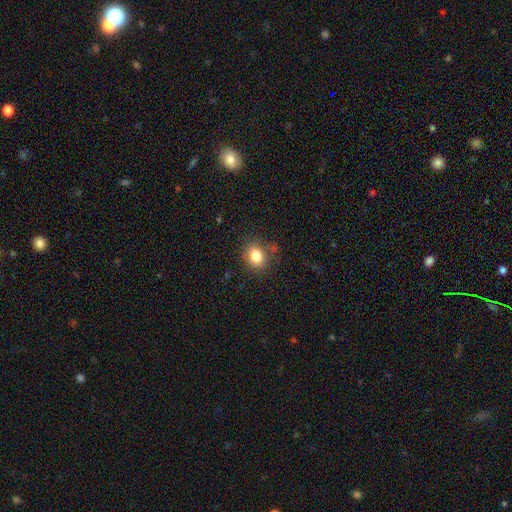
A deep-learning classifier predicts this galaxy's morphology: Smooth or featured?
  - smooth: 82% *
  - star or artifact: 11%
  - featured or disk: 7%
How rounded?
  - round: 54% *
  - in between: 45%
  - cigar-shaped: 1%
Merging?
  - none: 80% *
  - minor disturbance: 13%
  - major disturbance: 4%
  - merger: 3%